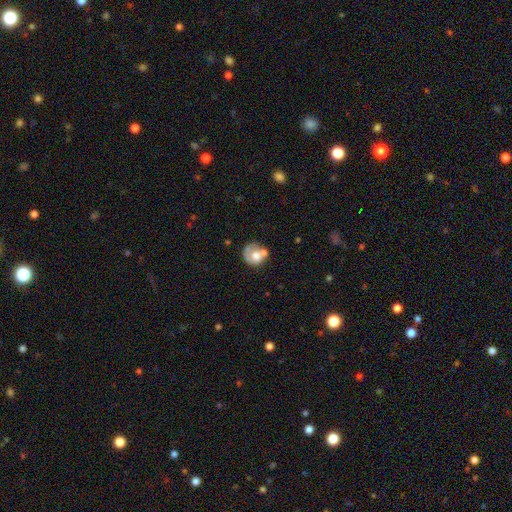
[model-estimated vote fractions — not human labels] Overall: smooth (52%; featured or disk 40%). How rounded: round (76%). Merging: none (38%; merger 27%).